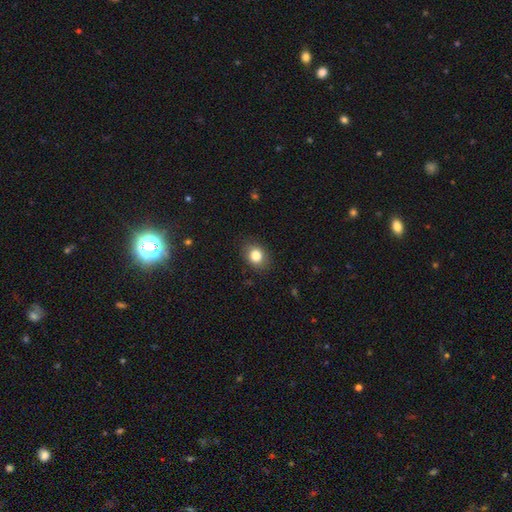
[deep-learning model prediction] The model was most divided on "how rounded": round: 54%, in between: 45%, cigar-shaped: 1%. More confident: merging — none (86%); smooth or featured — smooth (83%).